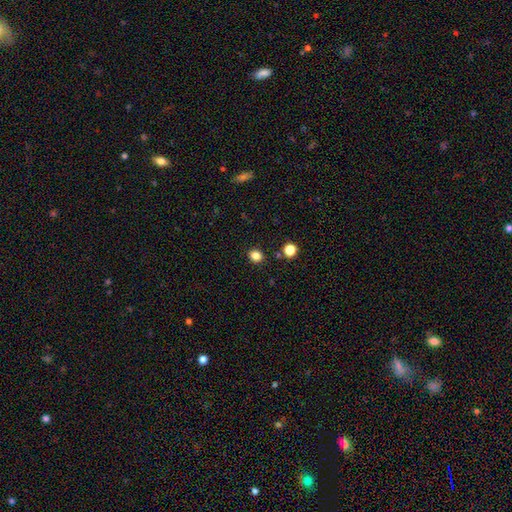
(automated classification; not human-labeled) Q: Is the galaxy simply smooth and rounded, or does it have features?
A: smooth — 83%.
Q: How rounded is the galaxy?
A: round — 68%.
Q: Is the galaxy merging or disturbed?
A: none — 88%.